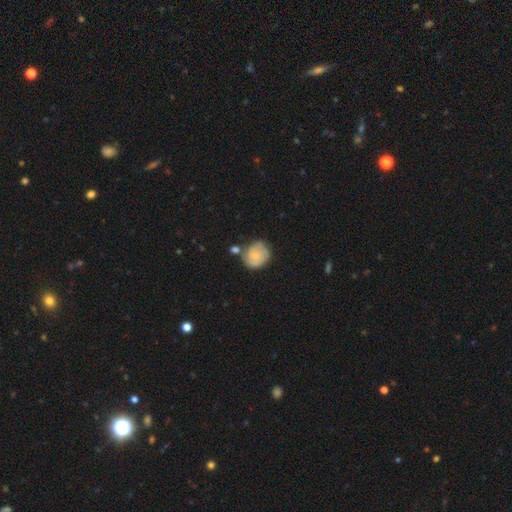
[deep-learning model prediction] A featured or disk galaxy (49%).

Vote fractions:
- Smooth or featured? featured or disk: 49% / smooth: 45% / star or artifact: 7%
- Merging? none: 53% / minor disturbance: 25% / merger: 14% / major disturbance: 8%